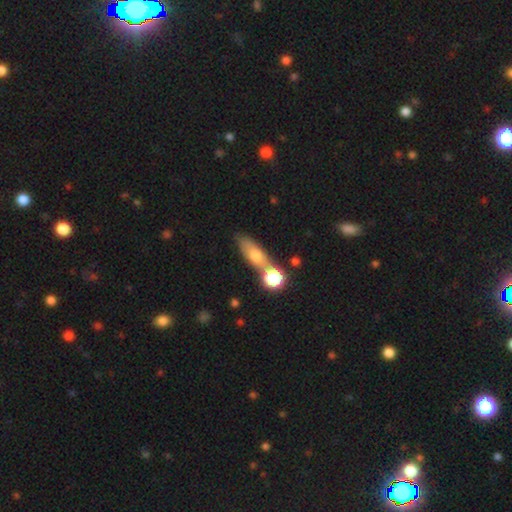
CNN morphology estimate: smooth-or-featured: smooth: 64% | featured or disk: 27% | star or artifact: 9%
  how-rounded: in between: 54% | cigar-shaped: 33% | round: 13%
  merging: none: 43% | merger: 37% | minor disturbance: 13% | major disturbance: 6%